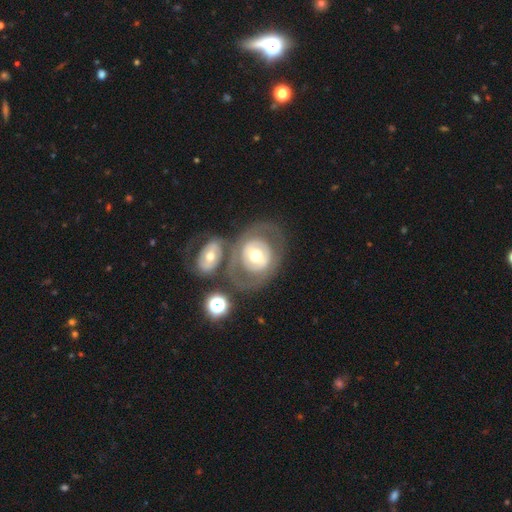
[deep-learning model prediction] smooth-or-featured: featured or disk: 59% | smooth: 34% | star or artifact: 7%
  disk-edge-on: no: 95% | yes: 5%
    bar: no: 62% | weak: 24% | strong: 14%
    has-spiral-arms: no: 71% | yes: 29%
    bulge-size: moderate: 70% | small: 13% | large: 13% | dominant: 2% | none: 1%
  merging: none: 56% | merger: 20% | minor disturbance: 13% | major disturbance: 11%